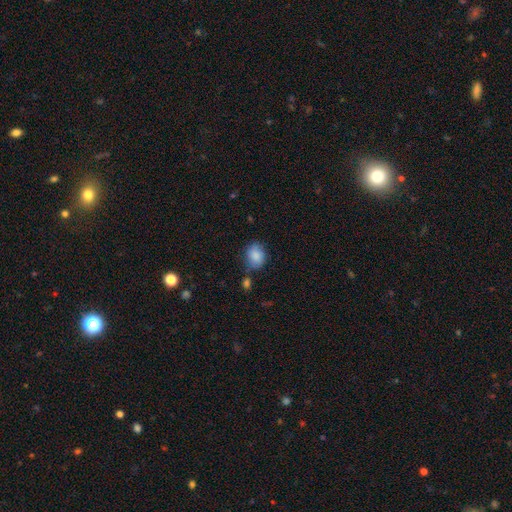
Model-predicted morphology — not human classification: Smooth or featured? Predicted: smooth (p=0.84). How rounded? Predicted: in between (p=0.60). Merging? Predicted: none (p=0.66).